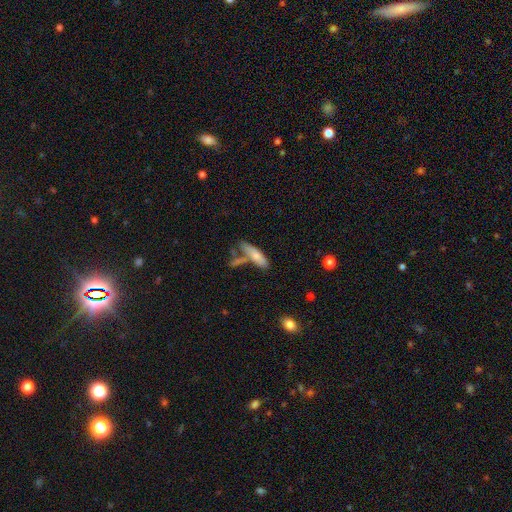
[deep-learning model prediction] smooth 72%, featured or disk 21%, star or artifact 7%. Down the decision tree: how rounded — cigar-shaped (57%); merging — none (48%).